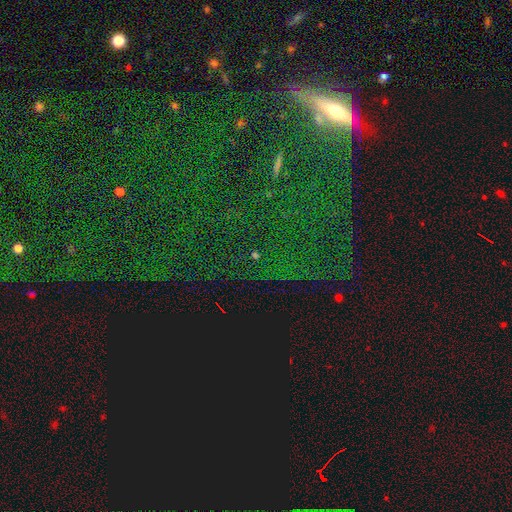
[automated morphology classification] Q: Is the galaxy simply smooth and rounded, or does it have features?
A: star or artifact — 74%.